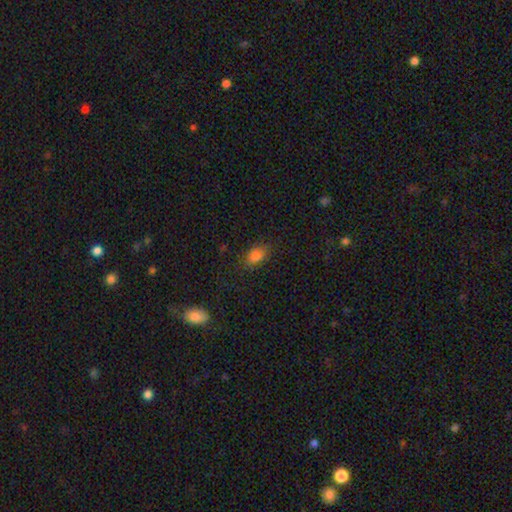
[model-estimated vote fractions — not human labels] smooth_or_featured: smooth (p=0.79) [alt: star or artifact p=0.14]
how_rounded: in between (p=0.78) [alt: round p=0.19]
merging: none (p=0.79) [alt: minor disturbance p=0.15]